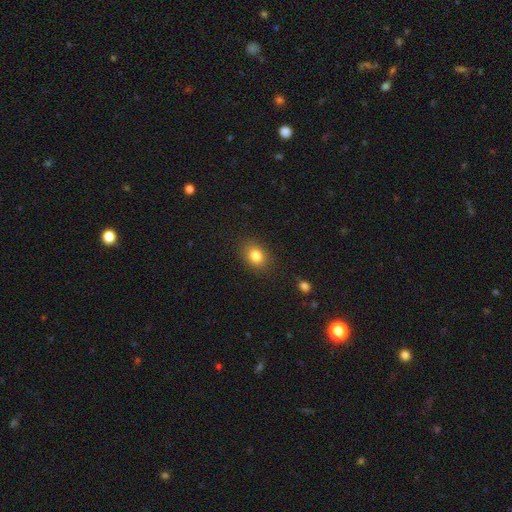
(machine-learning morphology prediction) The model was most divided on "how rounded": in between: 59%, round: 39%, cigar-shaped: 1%. More confident: merging — none (86%); smooth or featured — smooth (83%).